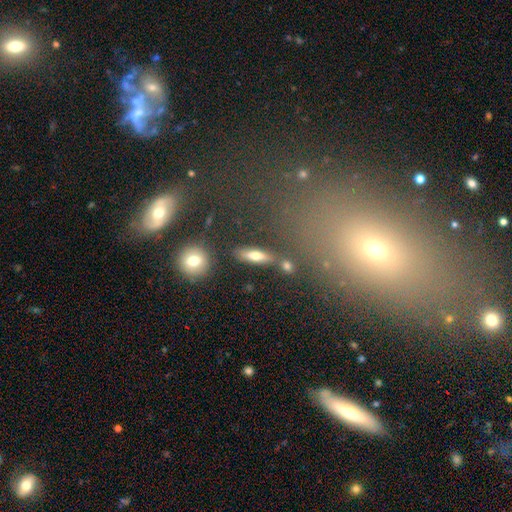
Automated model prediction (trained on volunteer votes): smooth-or-featured: smooth: 65% | featured or disk: 26% | star or artifact: 9%
  how-rounded: cigar-shaped: 50% | in between: 44% | round: 6%
  merging: none: 76% | minor disturbance: 12% | merger: 7% | major disturbance: 4%